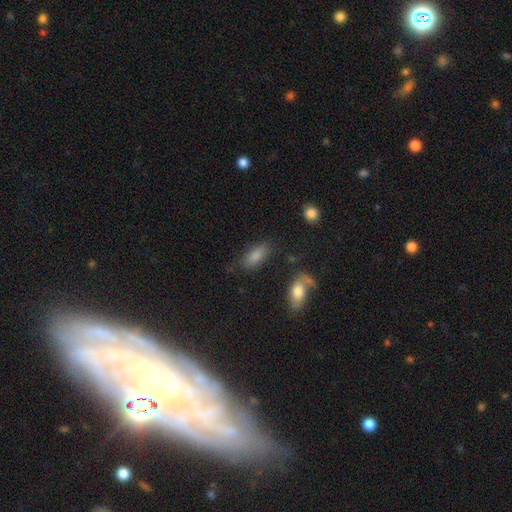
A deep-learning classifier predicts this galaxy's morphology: This is clearly a smooth galaxy (82%). How rounded: likely in between (79%). Merging: likely none (75%).